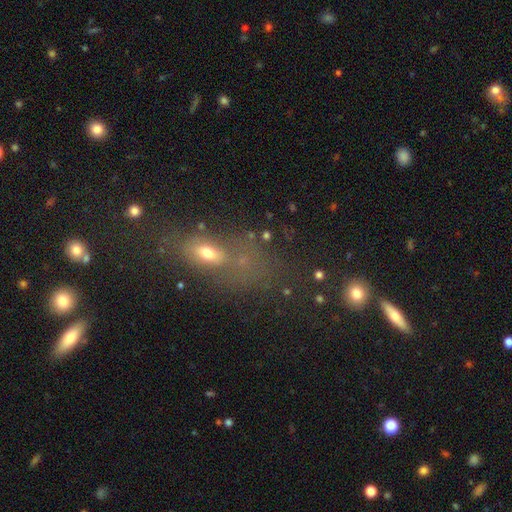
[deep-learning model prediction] The model was most divided on "smooth or featured": smooth: 45%, star or artifact: 36%, featured or disk: 19%. Remaining: merging — none (49%).